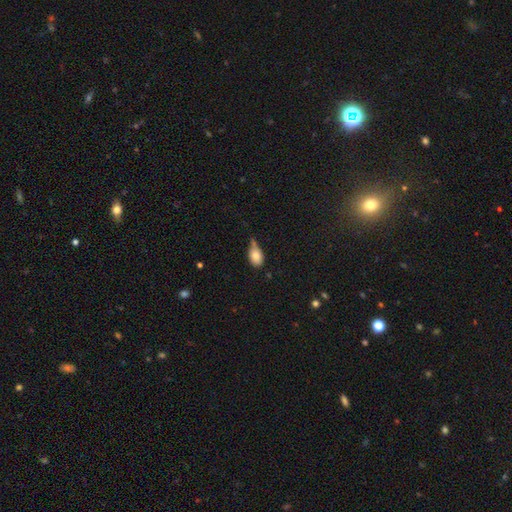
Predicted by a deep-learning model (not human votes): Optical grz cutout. It shows a smooth galaxy with no disk features (80%) that is in between round and cigar-shaped (82%). Merging: minor disturbance (42%).